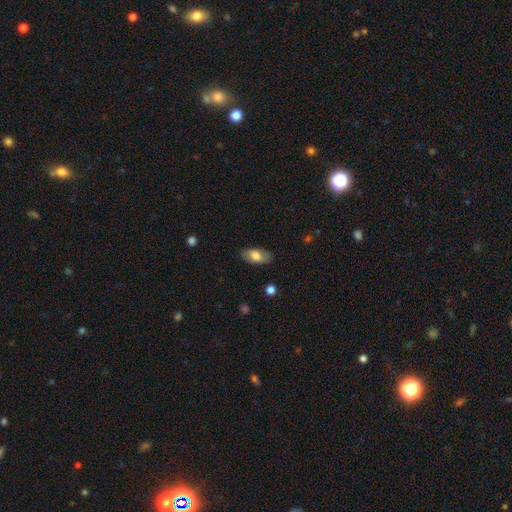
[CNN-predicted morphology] This is likely a smooth galaxy (74%). How rounded: clearly in between (90%). Merging: clearly none (84%).